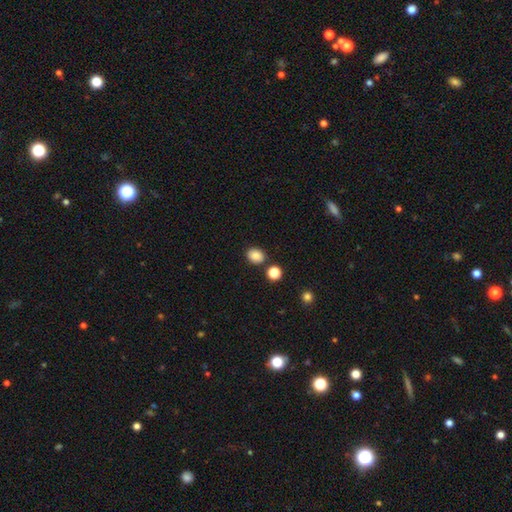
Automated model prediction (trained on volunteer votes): This appears to be a smooth galaxy with no disk features (85%) that is round (53%). Merging: none (83%).